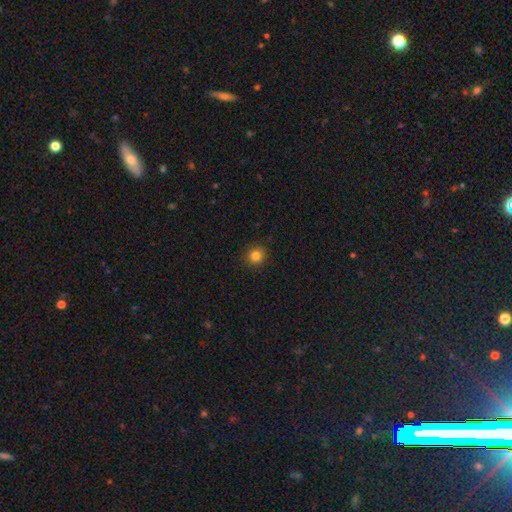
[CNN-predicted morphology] Smooth or featured: smooth — 83% (star or artifact — 12%)
How rounded: round — 91% (in between — 8%)
Merging: none — 92% (minor disturbance — 6%)